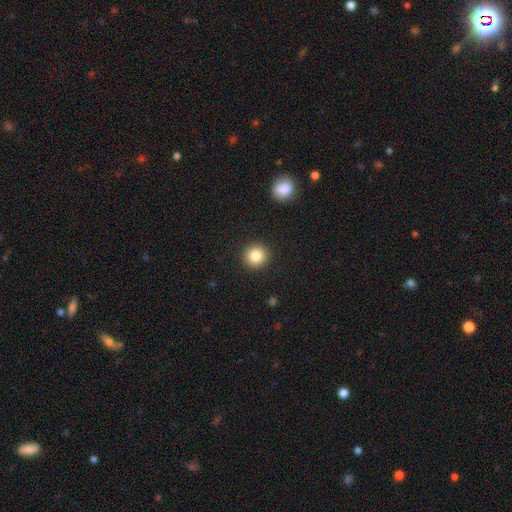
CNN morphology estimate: smooth-or-featured: smooth: 83% | star or artifact: 10% | featured or disk: 7%
  how-rounded: round: 94% | in between: 5% | cigar-shaped: 1%
  merging: none: 92% | minor disturbance: 5% | major disturbance: 2% | merger: 1%